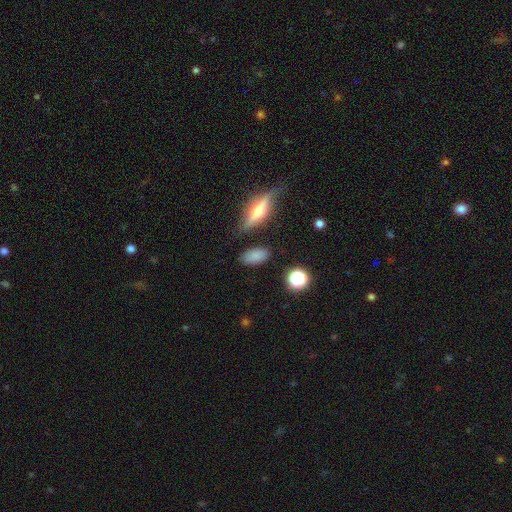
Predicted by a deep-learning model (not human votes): A smooth galaxy with no disk features (78%) that is in between round and cigar-shaped (89%). Merging: none (80%).